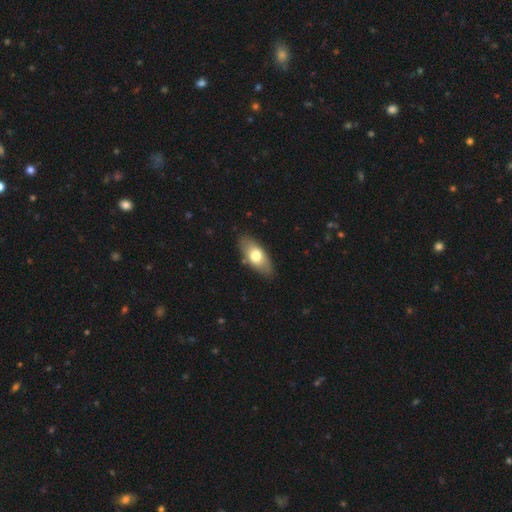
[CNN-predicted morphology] This is likely a smooth galaxy (66%). How rounded: clearly in between (86%). Merging: clearly none (85%).